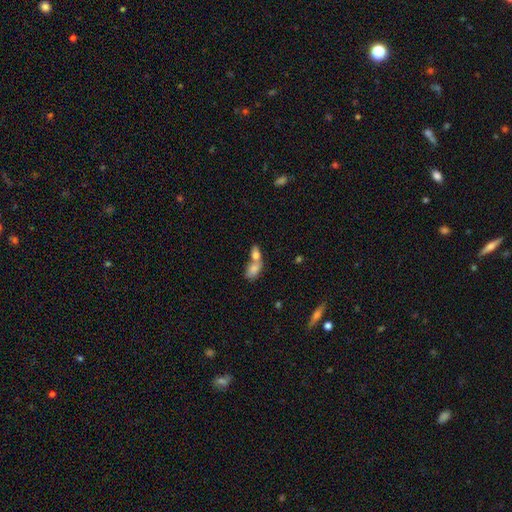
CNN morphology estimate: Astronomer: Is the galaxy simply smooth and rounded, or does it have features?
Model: smooth — 79%.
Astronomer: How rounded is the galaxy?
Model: in between — 84%.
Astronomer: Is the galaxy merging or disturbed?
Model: merger — 71%.